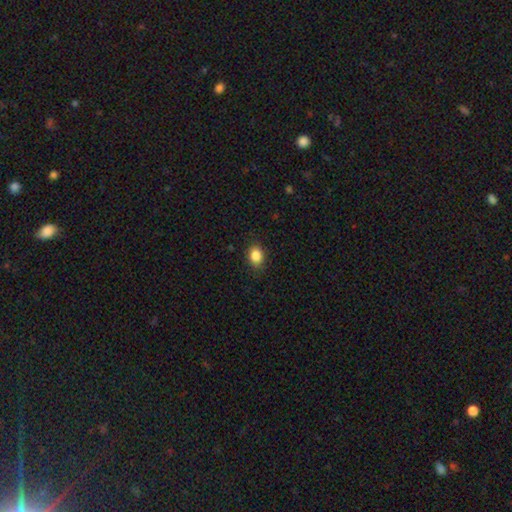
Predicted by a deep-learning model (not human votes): This appears to be a smooth galaxy with no disk features (86%) that is in between round and cigar-shaped (66%). Merging: none (86%).